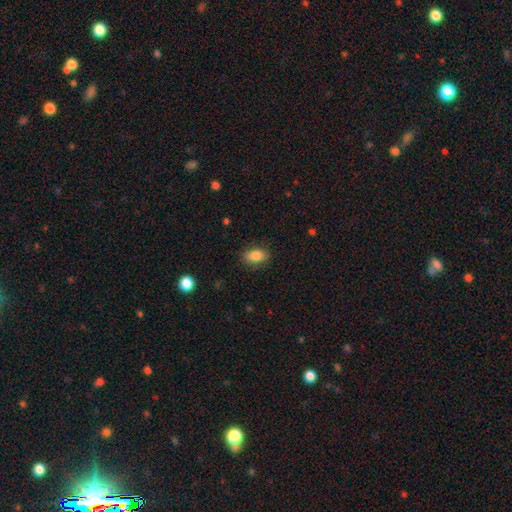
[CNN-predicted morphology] This is clearly a smooth galaxy (85%). How rounded: clearly in between (88%). Merging: clearly none (86%).